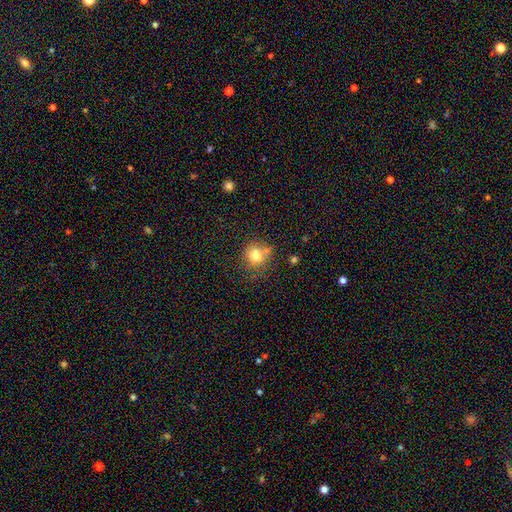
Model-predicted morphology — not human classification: A smooth galaxy with no disk features (77%) that is round (85%). Merging: none (64%).